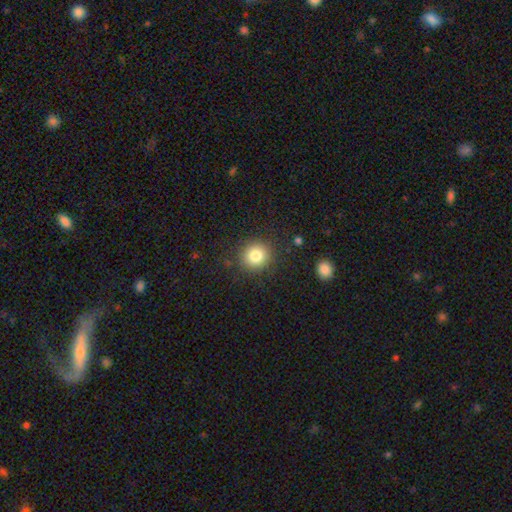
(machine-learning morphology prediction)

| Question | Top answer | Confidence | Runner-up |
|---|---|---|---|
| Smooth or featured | smooth | 81% | star or artifact (11%) |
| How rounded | round | 91% | in between (8%) |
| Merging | none | 88% | minor disturbance (8%) |